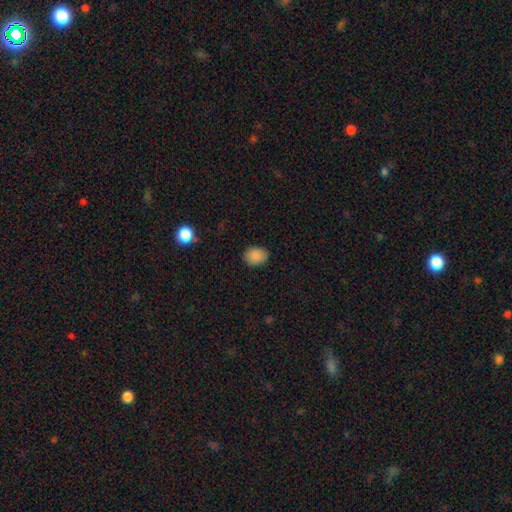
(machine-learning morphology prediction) Smooth or featured: smooth — 87% (star or artifact — 9%)
How rounded: in between — 60% (round — 39%)
Merging: none — 87% (minor disturbance — 10%)